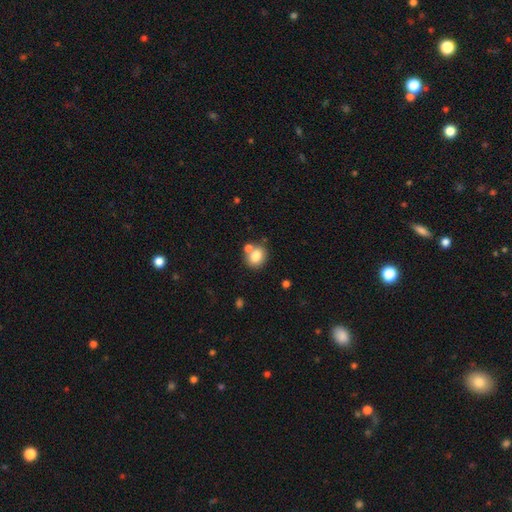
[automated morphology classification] Smooth or featured?
  - smooth: 79% *
  - featured or disk: 11%
  - star or artifact: 10%
How rounded?
  - round: 68% *
  - in between: 31%
  - cigar-shaped: 1%
Merging?
  - none: 63% *
  - merger: 23%
  - minor disturbance: 11%
  - major disturbance: 3%